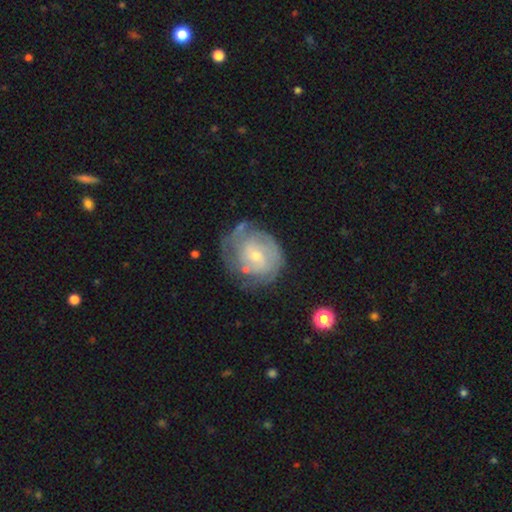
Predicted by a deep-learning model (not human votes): Smooth or featured: featured or disk — 75% (smooth — 18%)
Edge-on disk: no — 97% (yes — 3%)
Bar: no — 61% (weak — 34%)
Spiral arms: yes — 83% (no — 17%)
Spiral winding: tight — 67% (medium — 25%)
Spiral arm count: can't tell — 50% (2 — 23%)
Bulge size: small — 62% (moderate — 34%)
Merging: none — 58% (minor disturbance — 25%)